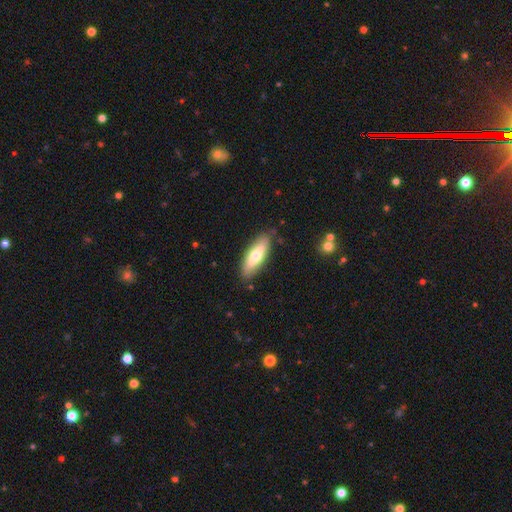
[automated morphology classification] smooth 65%, featured or disk 29%, star or artifact 6%. Down the decision tree: how rounded — in between (59%); merging — none (83%).